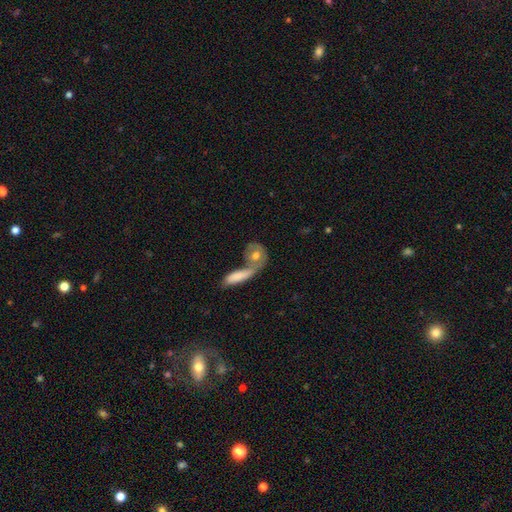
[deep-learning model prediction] Smooth or featured: smooth — 64% (featured or disk — 29%)
How rounded: in between — 45% (round — 42%)
Merging: merger — 46% (none — 33%)